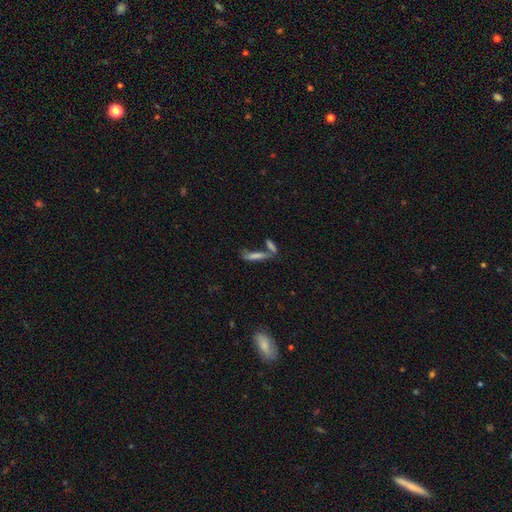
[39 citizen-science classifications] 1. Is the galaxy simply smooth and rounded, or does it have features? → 62% smooth, 31% featured or disk, 8% star or artifact.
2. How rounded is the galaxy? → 83% cigar-shaped, 12% in between, 4% round.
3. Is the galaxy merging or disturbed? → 44% none (tied), 44% merger (tied), 11% minor disturbance, 0% major disturbance.